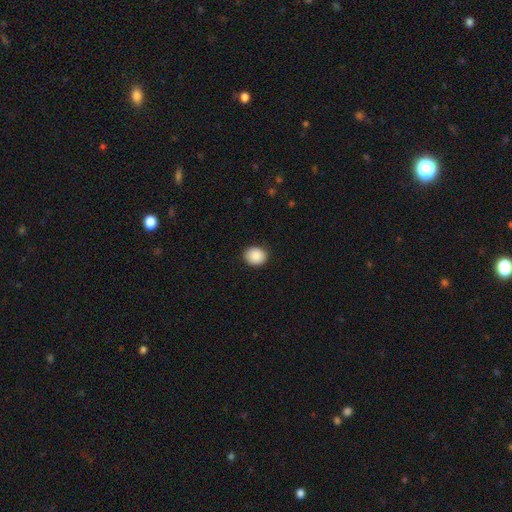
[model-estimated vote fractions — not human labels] Morphology: type=smooth (90%); roundness=round (68%); merging=none (90%).